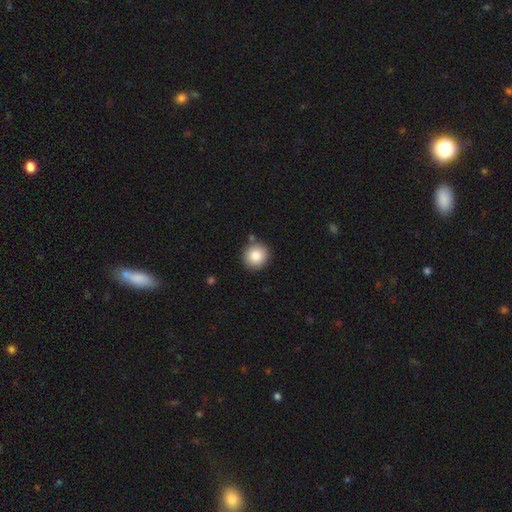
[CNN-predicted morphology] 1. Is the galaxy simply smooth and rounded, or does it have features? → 84% smooth, 9% star or artifact, 8% featured or disk.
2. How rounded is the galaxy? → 91% round, 8% in between, 1% cigar-shaped.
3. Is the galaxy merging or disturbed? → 85% none, 8% minor disturbance, 4% merger, 2% major disturbance.